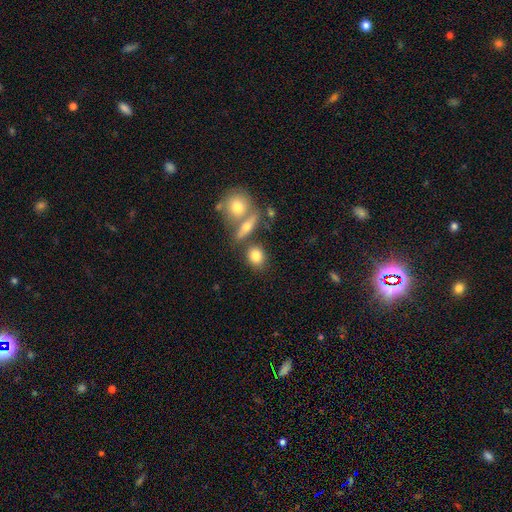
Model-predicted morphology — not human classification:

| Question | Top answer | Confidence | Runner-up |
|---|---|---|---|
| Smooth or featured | smooth | 79% | featured or disk (12%) |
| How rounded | round | 59% | in between (37%) |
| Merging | none | 67% | merger (18%) |